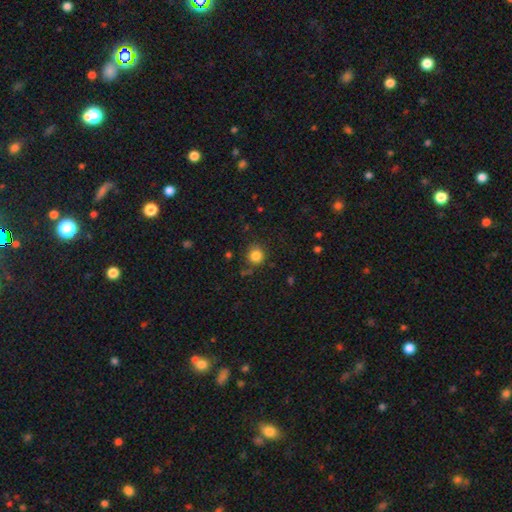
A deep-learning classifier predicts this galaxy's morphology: smooth_or_featured: smooth (p=0.83) [alt: star or artifact p=0.12]
how_rounded: round (p=0.91) [alt: in between p=0.08]
merging: none (p=0.83) [alt: minor disturbance p=0.11]